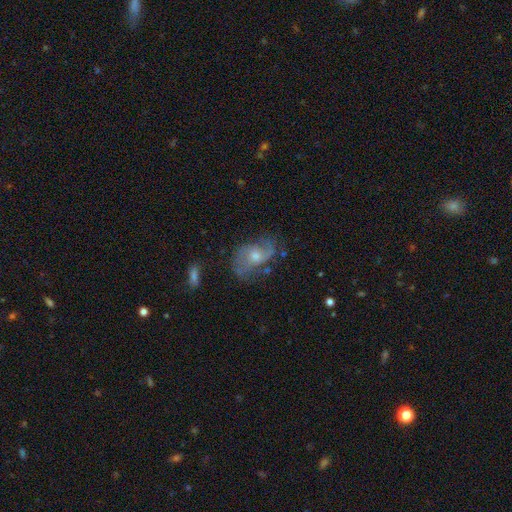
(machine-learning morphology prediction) Smooth or featured? featured or disk (74%)
Edge-on disk? no (96%)
Bar? no (68%)
Spiral arms? yes (88%)
Spiral winding? medium (43%)
Spiral arm count? 2 (76%)
Bulge size? moderate (56%)
Merging? none (63%)